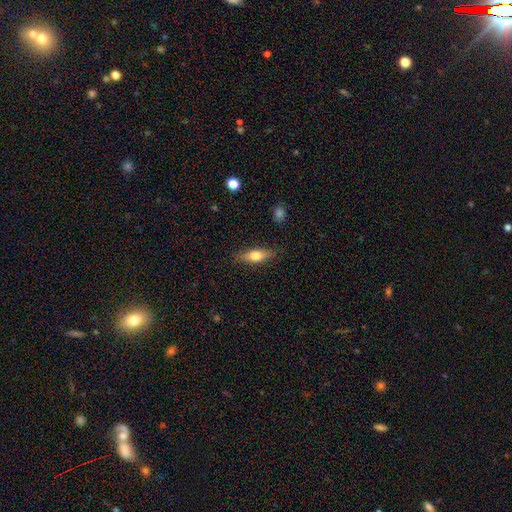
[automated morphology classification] A smooth galaxy with no disk features (69%) that is in between round and cigar-shaped (62%). Merging: none (85%).